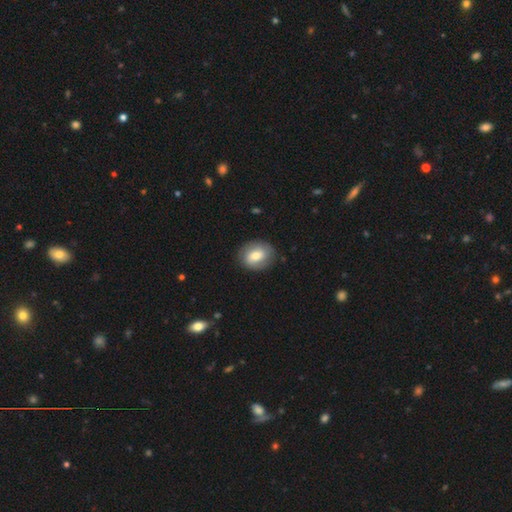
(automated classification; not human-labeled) The model was most divided on "how rounded": round: 53%, in between: 46%, cigar-shaped: 1%. More confident: merging — none (84%); smooth or featured — smooth (64%).